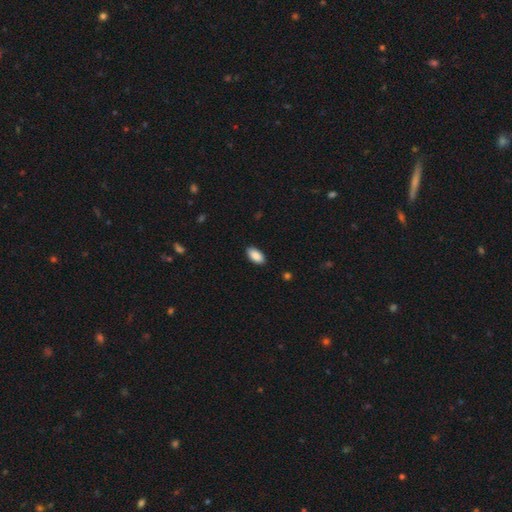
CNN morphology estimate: Smooth or featured: smooth — 90% (star or artifact — 6%)
How rounded: in between — 94% (cigar-shaped — 4%)
Merging: none — 89% (minor disturbance — 8%)